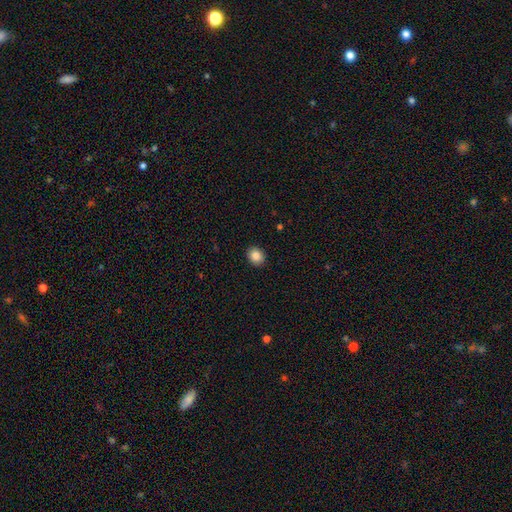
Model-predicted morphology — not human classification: Smooth or featured?
  - smooth: 86% *
  - star or artifact: 9%
  - featured or disk: 5%
How rounded?
  - round: 69% *
  - in between: 31%
  - cigar-shaped: 1%
Merging?
  - none: 91% *
  - minor disturbance: 6%
  - major disturbance: 2%
  - merger: 1%